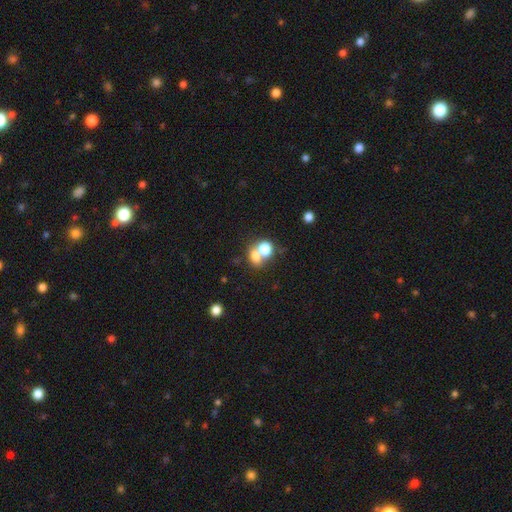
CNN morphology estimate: Smooth or featured?
  - smooth: 71% *
  - star or artifact: 16%
  - featured or disk: 14%
How rounded?
  - round: 53% *
  - in between: 46%
  - cigar-shaped: 2%
Merging?
  - merger: 54% *
  - none: 34%
  - minor disturbance: 8%
  - major disturbance: 5%